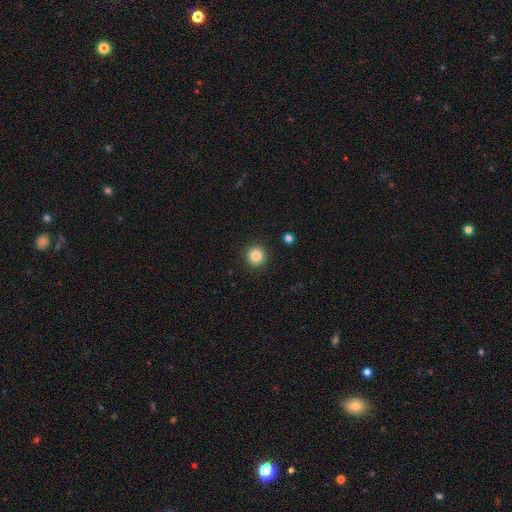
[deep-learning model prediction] This appears to be a smooth galaxy with no disk features (85%) that is round (95%). Merging: none (92%).